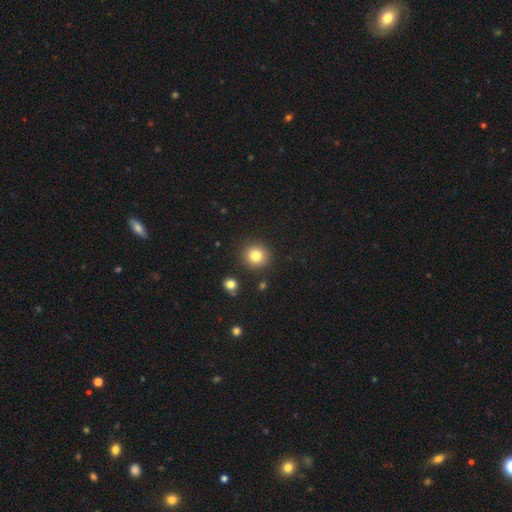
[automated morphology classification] Q: Smooth or featured?
A: smooth (82%); runner-up: star or artifact (11%)
Q: How rounded?
A: round (92%); runner-up: in between (7%)
Q: Merging?
A: none (89%); runner-up: minor disturbance (6%)